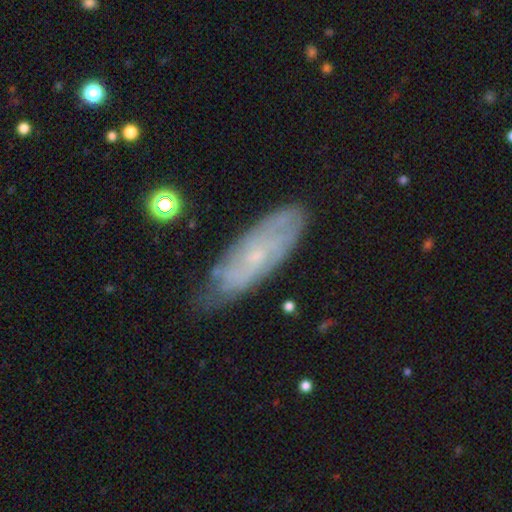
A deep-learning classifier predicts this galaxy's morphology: Smooth or featured? Predicted: featured or disk (p=0.59). Edge-on disk? Predicted: no (p=0.80). Merging? Predicted: none (p=0.71).